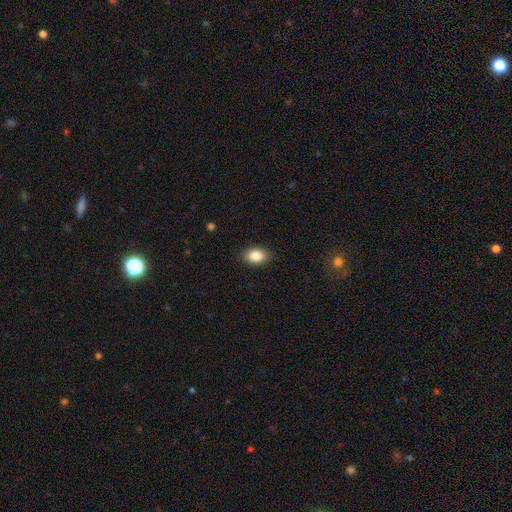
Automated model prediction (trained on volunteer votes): This appears to be a smooth galaxy with no disk features (86%) that is in between round and cigar-shaped (81%). Merging: none (89%).